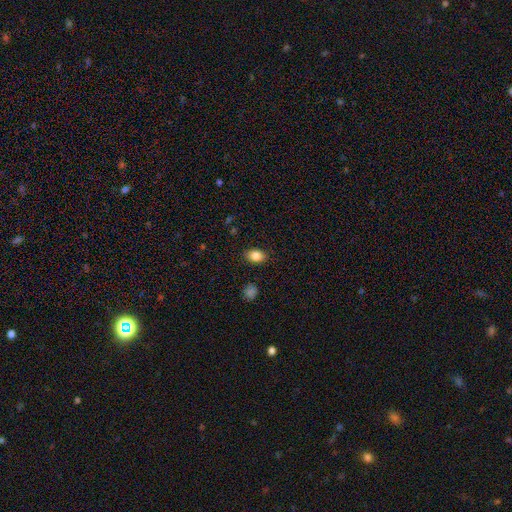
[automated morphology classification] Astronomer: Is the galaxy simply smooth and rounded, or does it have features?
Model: smooth — 85%.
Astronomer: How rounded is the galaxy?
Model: in between — 78%.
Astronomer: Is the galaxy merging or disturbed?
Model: none — 87%.